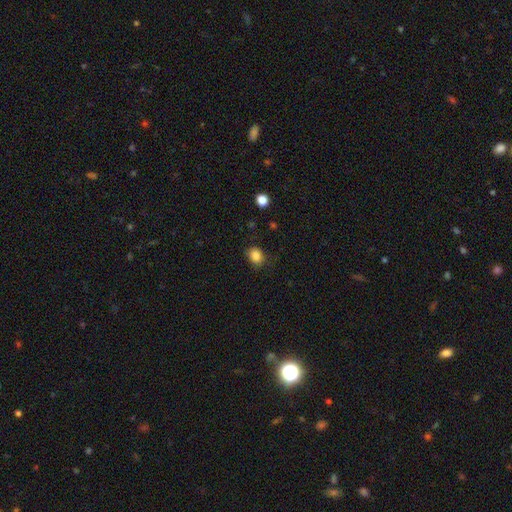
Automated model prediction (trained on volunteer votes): smooth-or-featured: smooth: 85% | star or artifact: 11% | featured or disk: 4%
  how-rounded: round: 62% | in between: 38% | cigar-shaped: 1%
  merging: none: 80% | minor disturbance: 15% | major disturbance: 4% | merger: 1%